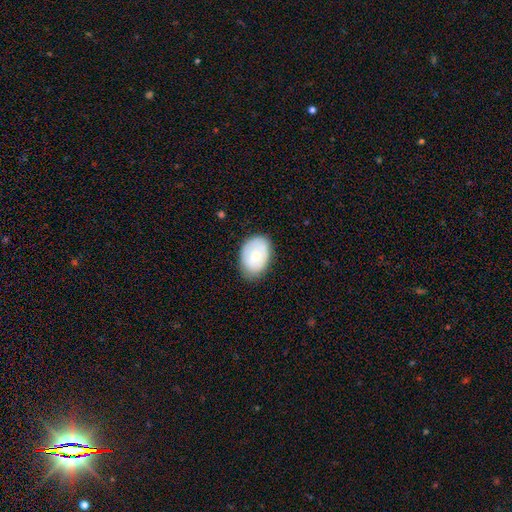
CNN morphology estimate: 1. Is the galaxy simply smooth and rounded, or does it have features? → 72% smooth, 21% featured or disk, 6% star or artifact.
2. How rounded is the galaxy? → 82% in between, 17% round, 1% cigar-shaped.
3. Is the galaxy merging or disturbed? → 73% none, 21% minor disturbance, 5% major disturbance, 1% merger.